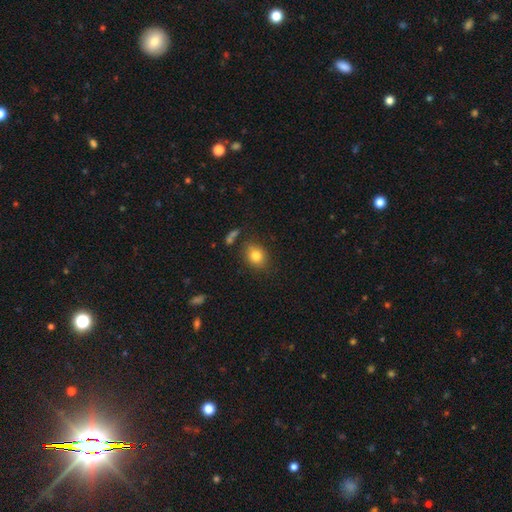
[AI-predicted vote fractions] Smooth or featured? Predicted: smooth (p=0.82). How rounded? Predicted: round (p=0.51). Merging? Predicted: none (p=0.79).